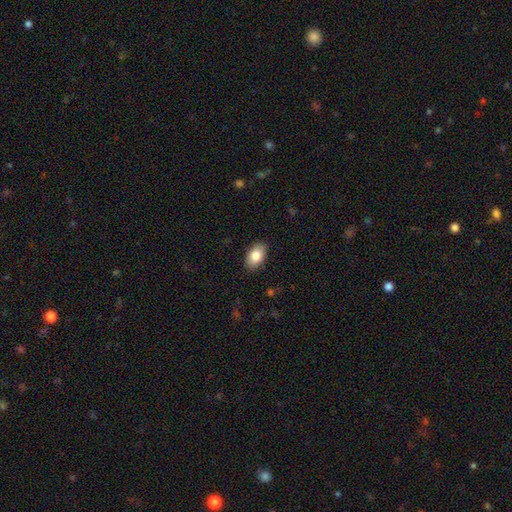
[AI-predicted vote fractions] This appears to be a smooth galaxy with no disk features (85%) that is in between round and cigar-shaped (91%). Merging: none (88%).